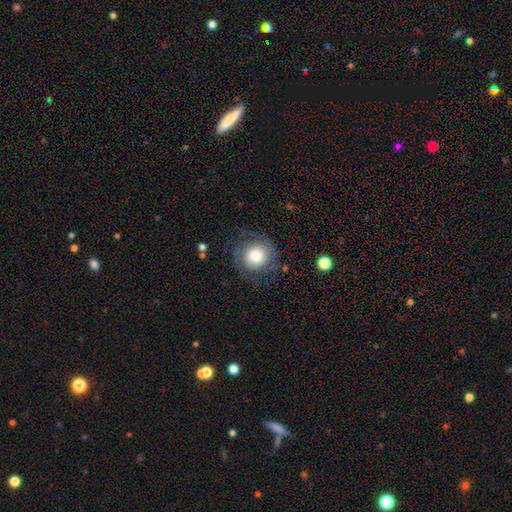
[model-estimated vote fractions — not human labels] Smooth or featured? smooth (50%)
Merging? none (71%)